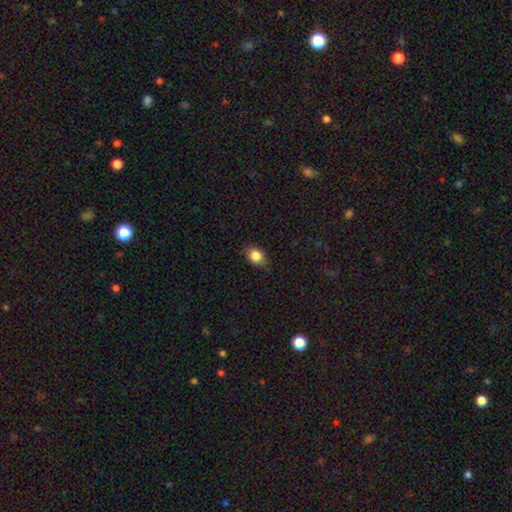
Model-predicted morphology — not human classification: smooth-or-featured: smooth: 84% | star or artifact: 9% | featured or disk: 7%
  how-rounded: in between: 55% | round: 43% | cigar-shaped: 2%
  merging: none: 75% | minor disturbance: 20% | major disturbance: 4% | merger: 1%